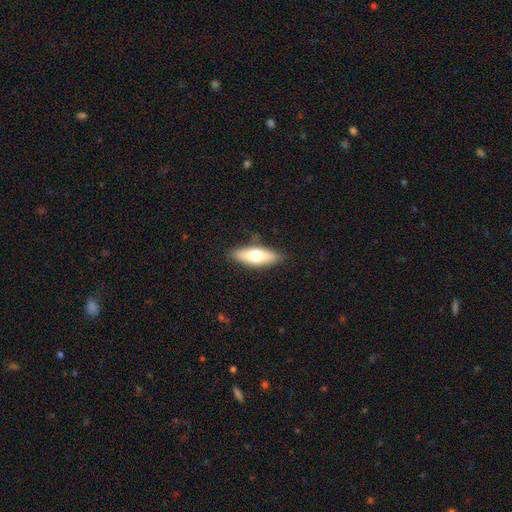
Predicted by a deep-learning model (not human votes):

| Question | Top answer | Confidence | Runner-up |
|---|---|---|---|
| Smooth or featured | smooth | 65% | featured or disk (30%) |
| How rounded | in between | 63% | cigar-shaped (34%) |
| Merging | none | 84% | minor disturbance (12%) |